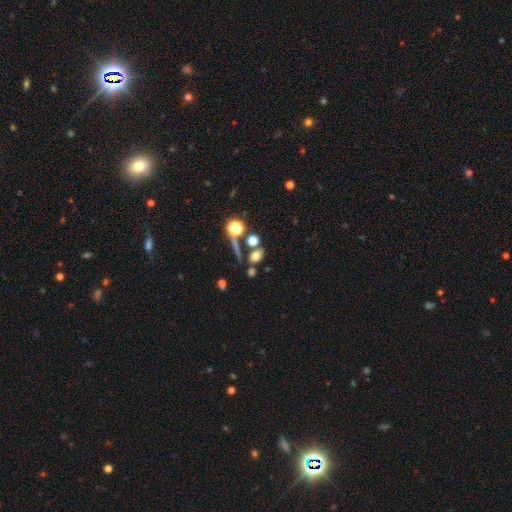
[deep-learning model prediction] Morphology: type=smooth (68%); roundness=in between (66%); merging=none (60%).